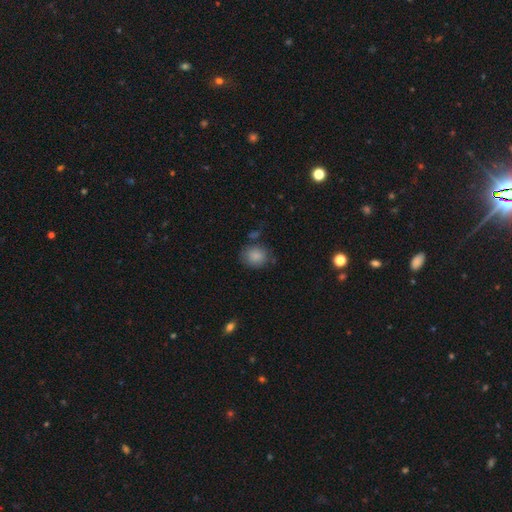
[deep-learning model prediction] This appears to be a smooth galaxy with no disk features (86%) that is round (66%). Merging: none (71%).